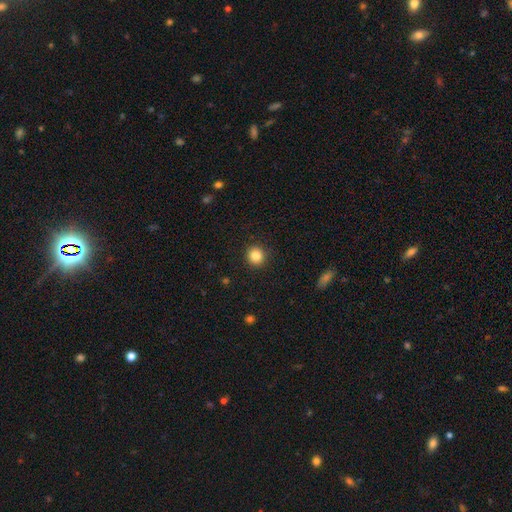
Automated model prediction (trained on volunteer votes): Q: Smooth or featured?
A: smooth (85%); runner-up: star or artifact (10%)
Q: How rounded?
A: round (92%); runner-up: in between (7%)
Q: Merging?
A: none (91%); runner-up: minor disturbance (6%)